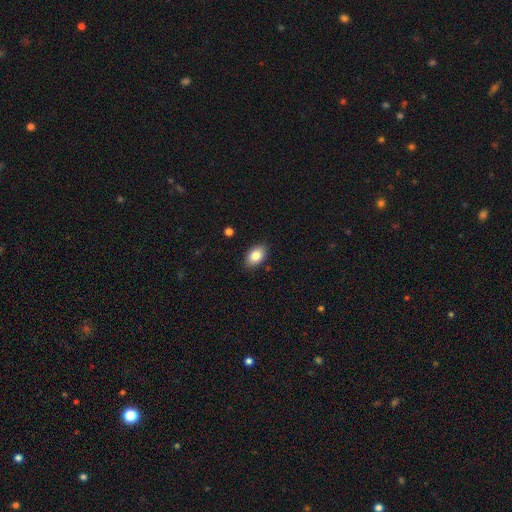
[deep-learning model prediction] A smooth galaxy with no disk features (86%) that is in between round and cigar-shaped (89%).

Vote fractions:
- Smooth or featured? smooth: 86% / star or artifact: 7% / featured or disk: 7%
- How rounded? in between: 89% / round: 10% / cigar-shaped: 1%
- Merging? none: 87% / minor disturbance: 10% / major disturbance: 2% / merger: 1%